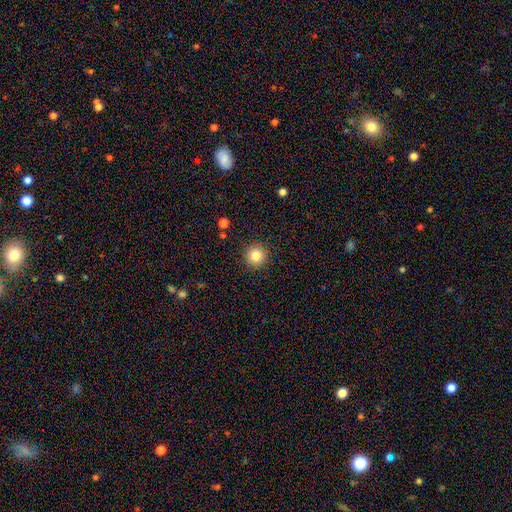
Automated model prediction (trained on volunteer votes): Smooth or featured? Predicted: smooth (p=0.84). How rounded? Predicted: round (p=0.95). Merging? Predicted: none (p=0.91).